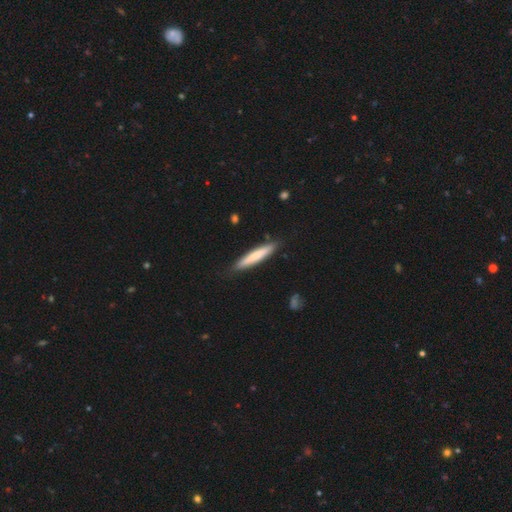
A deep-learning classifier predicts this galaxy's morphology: This appears to be a smooth galaxy with no disk features (71%) that is cigar-shaped (92%). Merging: none (87%).